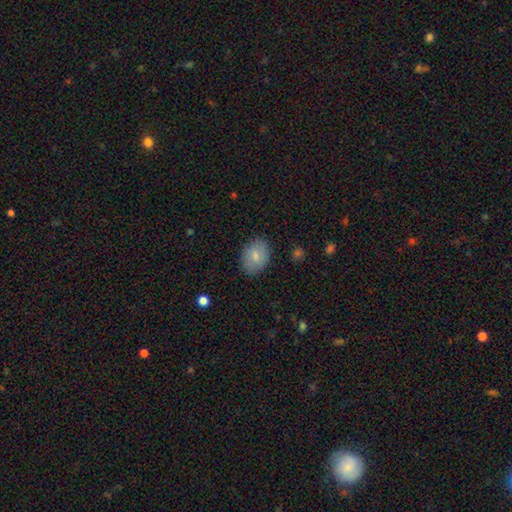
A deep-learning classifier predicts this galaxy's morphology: Smooth or featured? Predicted: smooth (p=0.78). How rounded? Predicted: in between (p=0.76). Merging? Predicted: none (p=0.83).